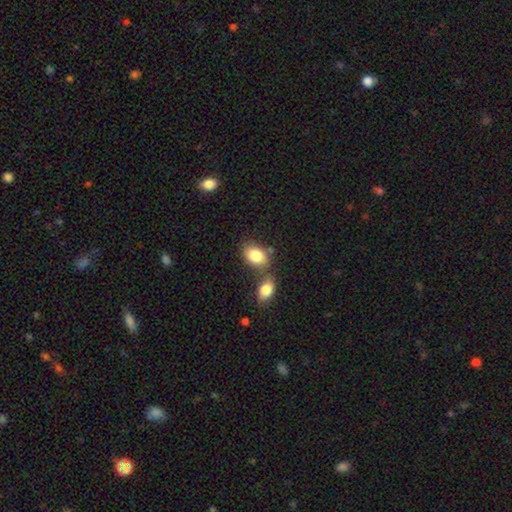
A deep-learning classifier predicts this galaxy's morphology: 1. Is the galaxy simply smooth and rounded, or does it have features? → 83% smooth, 9% featured or disk, 8% star or artifact.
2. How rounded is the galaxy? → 84% in between, 15% round, 1% cigar-shaped.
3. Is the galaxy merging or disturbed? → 50% none, 34% merger, 12% minor disturbance, 4% major disturbance.